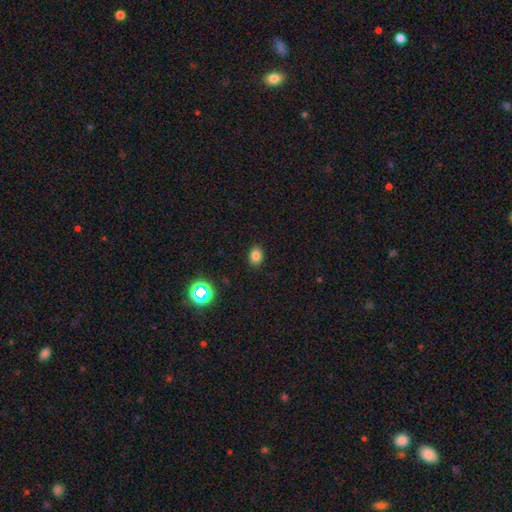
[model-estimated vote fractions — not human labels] Morphology: type=smooth (80%); roundness=in between (69%); merging=none (89%).